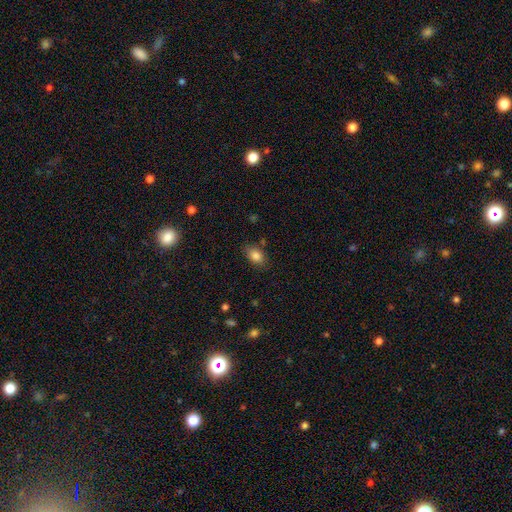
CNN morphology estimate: Overall: smooth (84%). How rounded: in between (84%). Merging: none (80%).